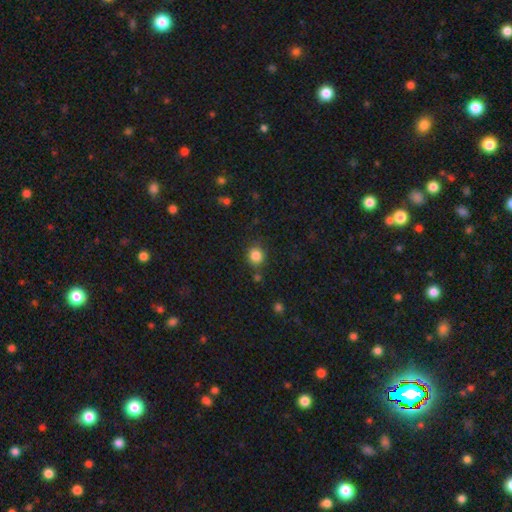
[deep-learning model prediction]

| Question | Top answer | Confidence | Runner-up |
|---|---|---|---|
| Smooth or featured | smooth | 85% | star or artifact (11%) |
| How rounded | round | 86% | in between (13%) |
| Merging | none | 81% | minor disturbance (10%) |